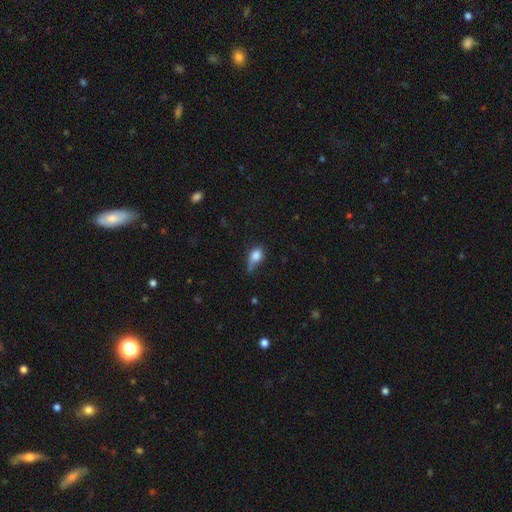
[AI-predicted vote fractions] This appears to be a smooth galaxy with no disk features (78%) that is in between round and cigar-shaped (65%). Merging: minor disturbance (42%).